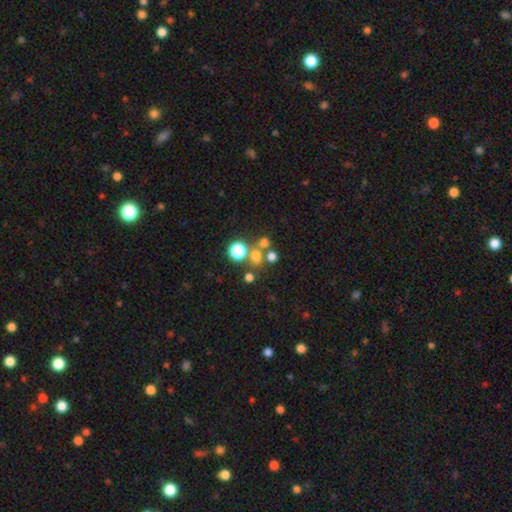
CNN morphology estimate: A smooth galaxy with no disk features (63%) that is round (80%).

Vote fractions:
- Smooth or featured? smooth: 63% / star or artifact: 26% / featured or disk: 11%
- How rounded? round: 80% / in between: 19% / cigar-shaped: 1%
- Merging? none: 60% / merger: 28% / minor disturbance: 8% / major disturbance: 5%